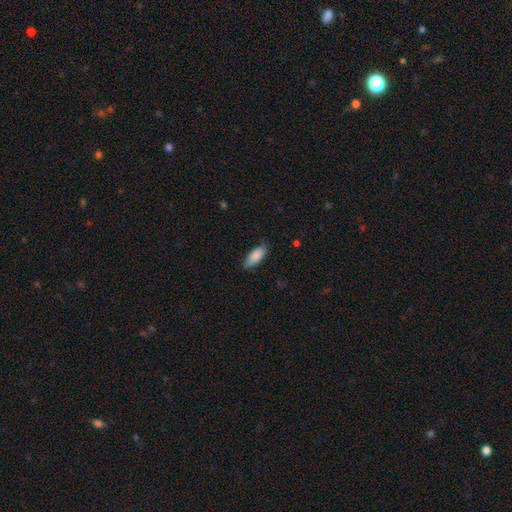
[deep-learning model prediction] The model was most divided on "merging": none: 74%, minor disturbance: 22%, major disturbance: 3%, merger: 1%. More confident: smooth or featured — smooth (86%); how rounded — in between (76%).